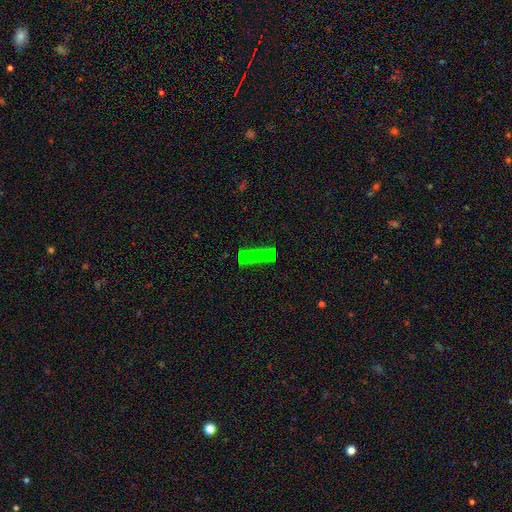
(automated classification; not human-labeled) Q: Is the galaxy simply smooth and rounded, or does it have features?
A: star or artifact — 41%.